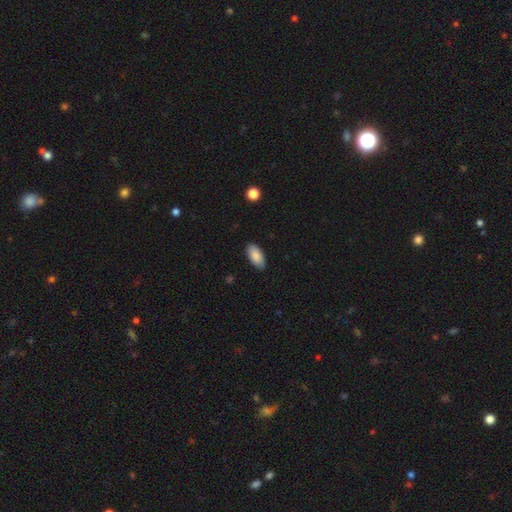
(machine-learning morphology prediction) This appears to be a smooth galaxy with no disk features (87%) that is in between round and cigar-shaped (93%). Merging: none (87%).